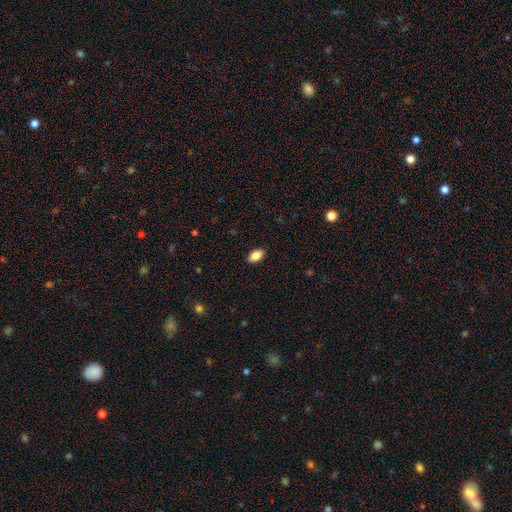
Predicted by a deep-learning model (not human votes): Smooth or featured? smooth (87%)
How rounded? in between (92%)
Merging? none (90%)